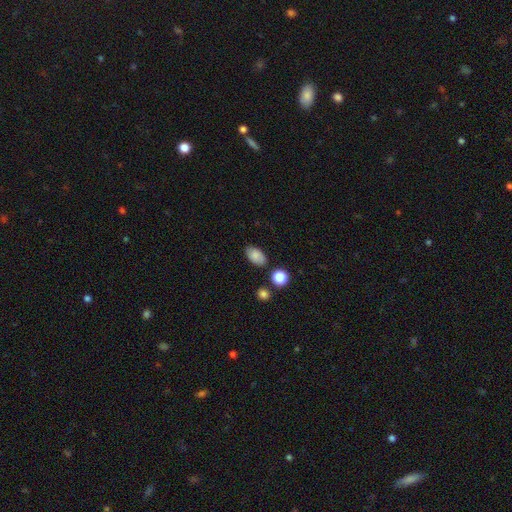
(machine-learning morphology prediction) Overall: smooth (84%). How rounded: in between (91%). Merging: none (81%).